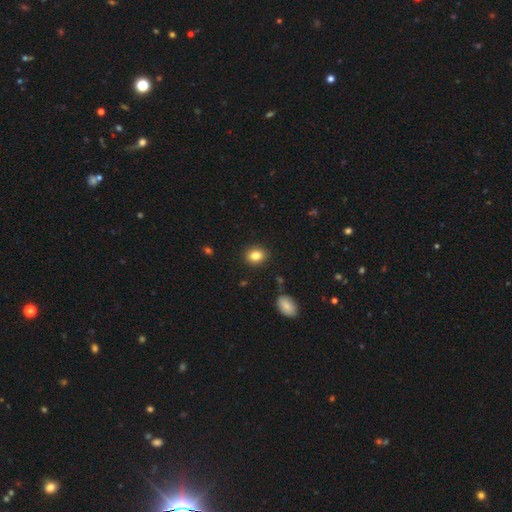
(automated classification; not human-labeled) Smooth or featured? smooth (83%)
How rounded? round (50%)
Merging? none (89%)